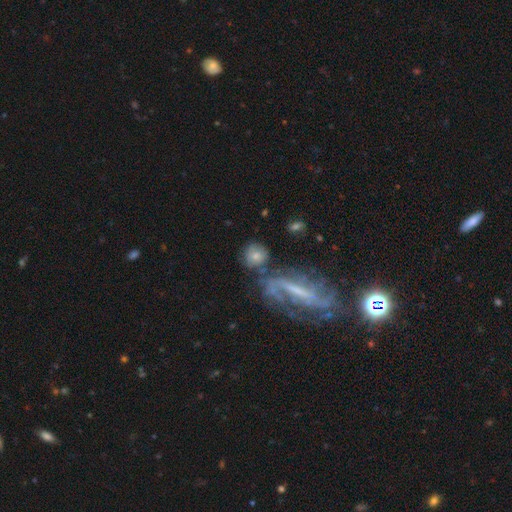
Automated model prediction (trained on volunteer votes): The model was most divided on "smooth or featured": smooth: 63%, featured or disk: 26%, star or artifact: 11%. More confident: how rounded — round (82%); merging — none (63%).